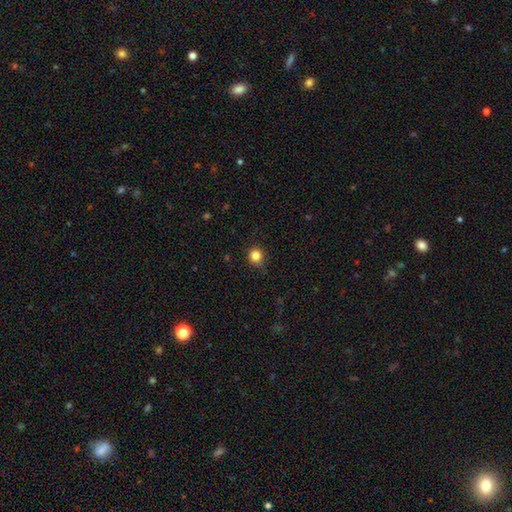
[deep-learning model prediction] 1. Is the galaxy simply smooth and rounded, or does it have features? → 84% smooth, 12% star or artifact, 4% featured or disk.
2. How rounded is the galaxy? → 90% round, 9% in between, 1% cigar-shaped.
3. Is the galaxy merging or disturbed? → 84% none, 12% minor disturbance, 2% major disturbance, 1% merger.